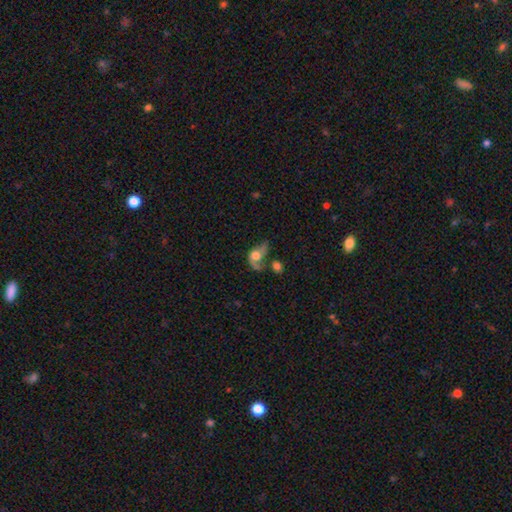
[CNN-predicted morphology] Smooth or featured? Predicted: featured or disk (p=0.48). Merging? Predicted: major disturbance (p=0.34).